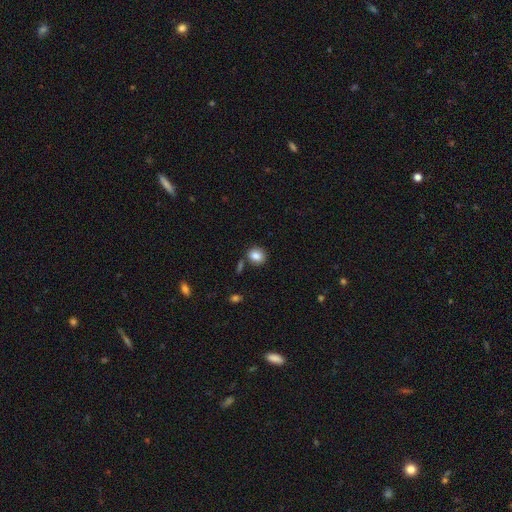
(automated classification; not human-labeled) This is clearly a smooth galaxy (85%). How rounded: likely round (62%). Merging: likely none (77%).